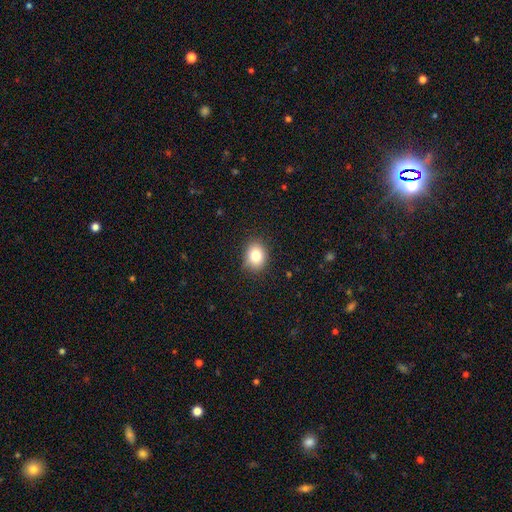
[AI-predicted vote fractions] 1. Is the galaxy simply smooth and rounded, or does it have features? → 84% smooth, 10% star or artifact, 7% featured or disk.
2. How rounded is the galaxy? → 55% in between, 44% round, 1% cigar-shaped.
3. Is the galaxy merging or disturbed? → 84% none, 13% minor disturbance, 3% major disturbance, 1% merger.